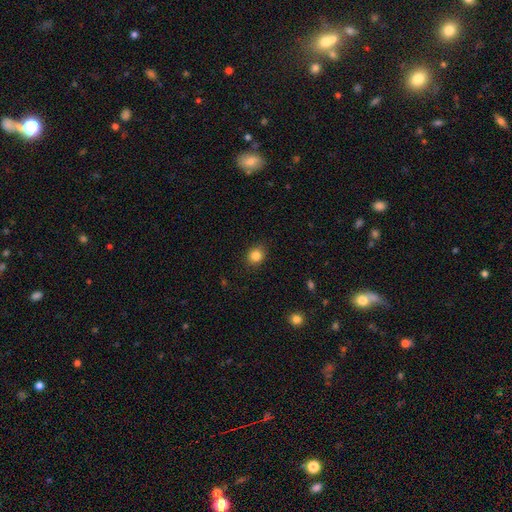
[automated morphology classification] The model was most divided on "how rounded": round: 66%, in between: 33%, cigar-shaped: 1%. More confident: merging — none (88%); smooth or featured — smooth (84%).